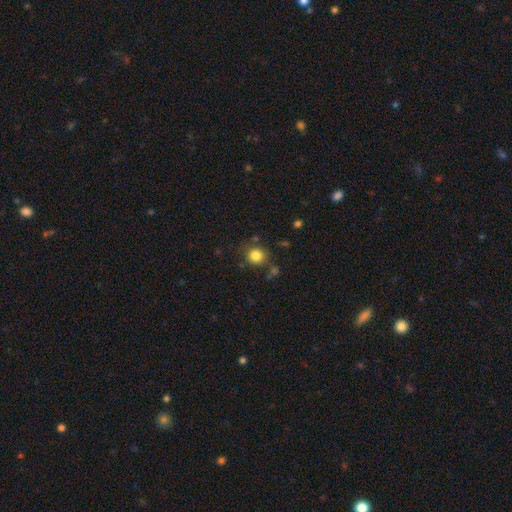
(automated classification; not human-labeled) Q: Smooth or featured?
A: smooth (83%); runner-up: star or artifact (11%)
Q: How rounded?
A: round (89%); runner-up: in between (10%)
Q: Merging?
A: none (77%); runner-up: minor disturbance (12%)